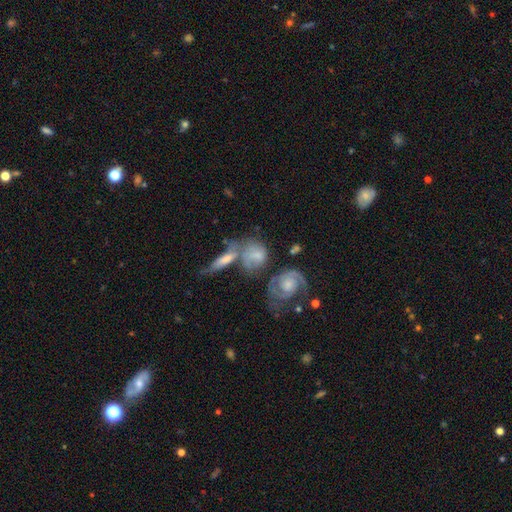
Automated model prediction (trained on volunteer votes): Overall: featured or disk (47%; smooth 44%). Merging: merger (43%; none 31%).